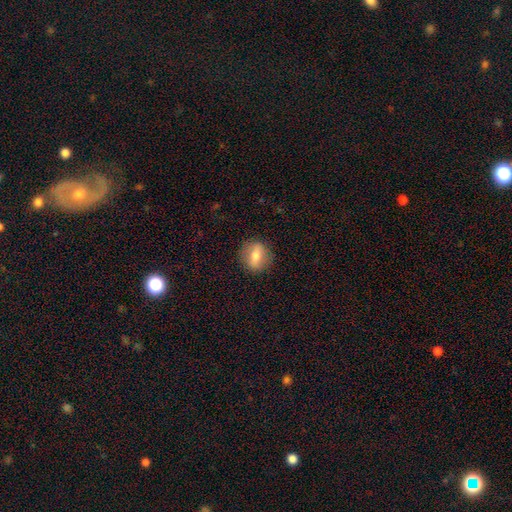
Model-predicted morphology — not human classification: smooth_or_featured: smooth (p=0.58) [alt: featured or disk p=0.34]
how_rounded: round (p=0.64) [alt: in between p=0.33]
merging: none (p=0.87) [alt: minor disturbance p=0.09]